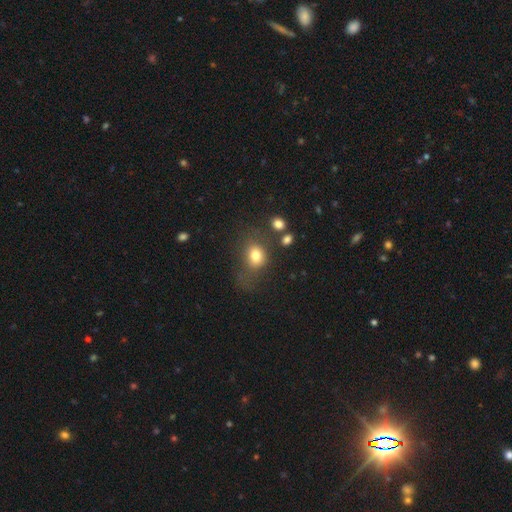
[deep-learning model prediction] Smooth or featured: smooth — 77% (star or artifact — 12%)
How rounded: in between — 51% (round — 48%)
Merging: none — 50% (minor disturbance — 23%)